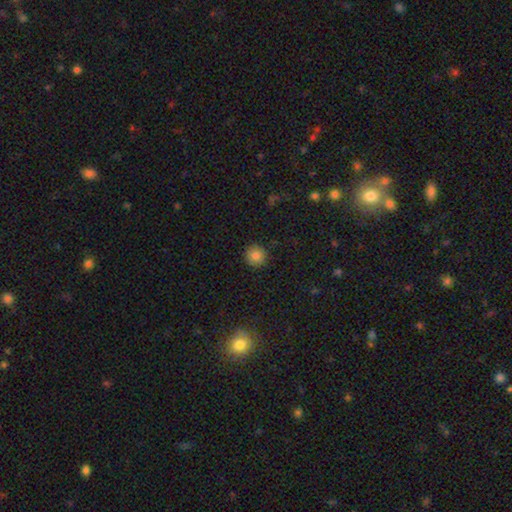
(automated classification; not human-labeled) smooth_or_featured: smooth (p=0.84) [alt: star or artifact p=0.11]
how_rounded: round (p=0.94) [alt: in between p=0.05]
merging: none (p=0.91) [alt: minor disturbance p=0.06]